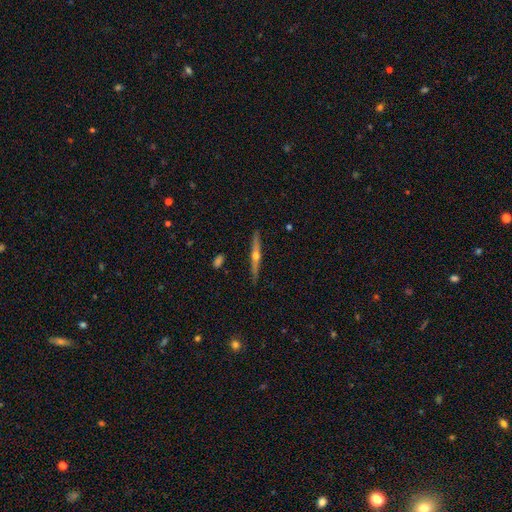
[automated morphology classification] featured or disk 75%, smooth 19%, star or artifact 6%. Down the decision tree: edge-on disk — yes (98%); edge-on bulge — rounded (92%); merging — none (90%).